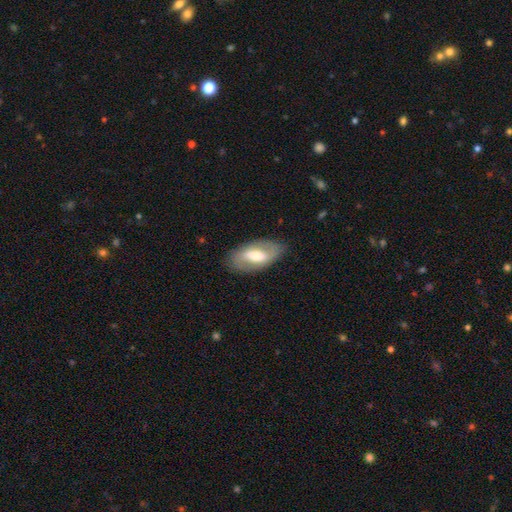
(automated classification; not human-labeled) The model was most divided on "smooth or featured": featured or disk: 54%, smooth: 40%, star or artifact: 6%. More confident: edge-on disk — no (88%); merging — none (81%).